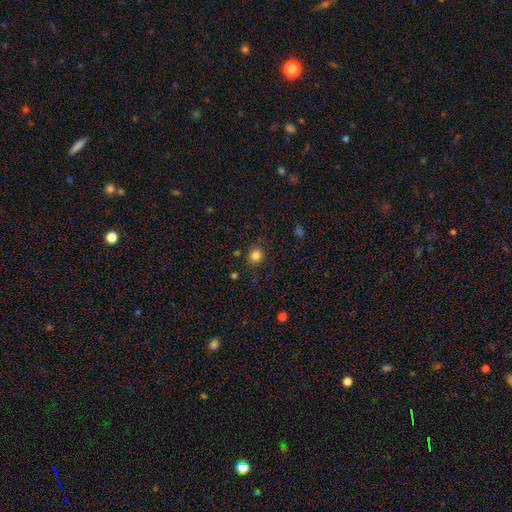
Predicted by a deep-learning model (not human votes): smooth 82%, star or artifact 13%, featured or disk 5%. Down the decision tree: how rounded — round (84%); merging — none (85%).